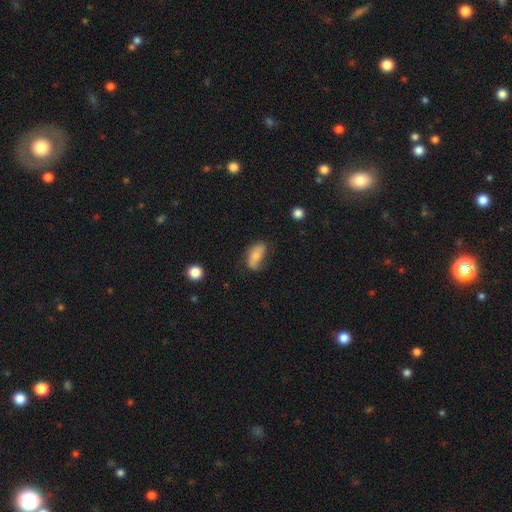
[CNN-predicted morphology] Smooth or featured? Predicted: smooth (p=0.72). How rounded? Predicted: in between (p=0.86). Merging? Predicted: none (p=0.51).